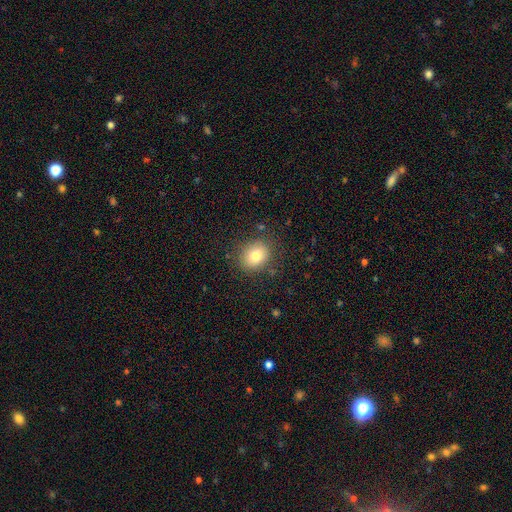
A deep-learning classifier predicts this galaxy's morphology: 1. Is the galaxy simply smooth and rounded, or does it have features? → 80% smooth, 11% star or artifact, 10% featured or disk.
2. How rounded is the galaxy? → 57% round, 43% in between, 1% cigar-shaped.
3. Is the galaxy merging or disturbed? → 84% none, 11% minor disturbance, 4% major disturbance, 1% merger.